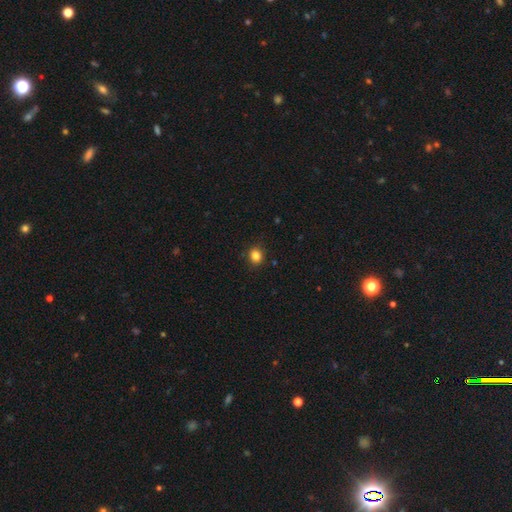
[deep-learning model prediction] smooth-or-featured: smooth: 84% | star or artifact: 12% | featured or disk: 4%
  how-rounded: round: 75% | in between: 24% | cigar-shaped: 1%
  merging: none: 89% | minor disturbance: 8% | major disturbance: 2% | merger: 1%